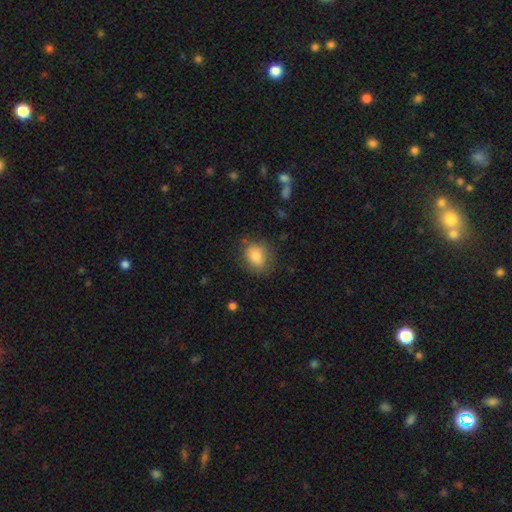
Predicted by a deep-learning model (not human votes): A smooth galaxy with no disk features (80%) that is round (53%).

Vote fractions:
- Smooth or featured? smooth: 80% / featured or disk: 11% / star or artifact: 9%
- How rounded? round: 53% / in between: 46% / cigar-shaped: 1%
- Merging? none: 71% / minor disturbance: 20% / major disturbance: 6% / merger: 2%